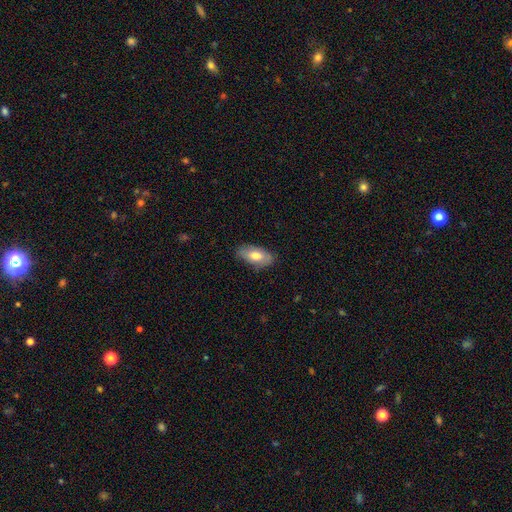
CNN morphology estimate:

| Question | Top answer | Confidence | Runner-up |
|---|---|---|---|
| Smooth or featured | smooth | 72% | featured or disk (22%) |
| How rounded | in between | 91% | cigar-shaped (5%) |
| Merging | none | 78% | minor disturbance (17%) |